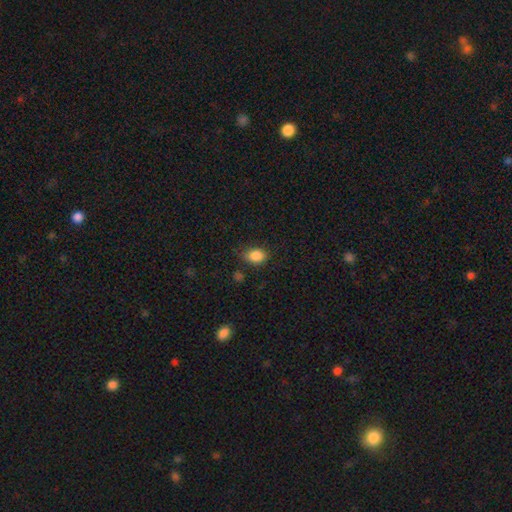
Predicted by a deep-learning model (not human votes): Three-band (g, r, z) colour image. It shows a smooth galaxy with no disk features (86%) that is in between round and cigar-shaped (68%). Merging: none (71%).